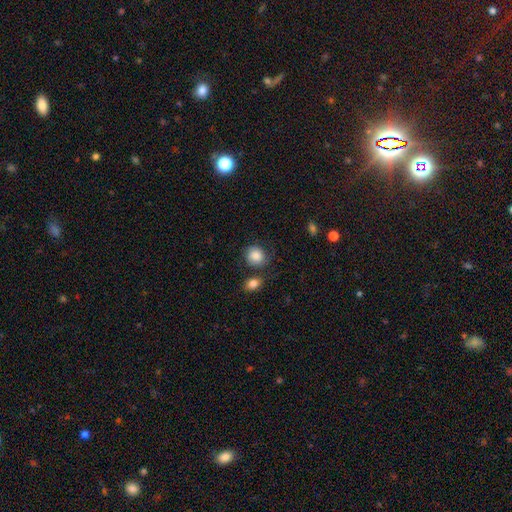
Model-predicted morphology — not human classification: A smooth galaxy with no disk features (84%) that is round (73%).

Vote fractions:
- Smooth or featured? smooth: 84% / featured or disk: 9% / star or artifact: 7%
- How rounded? round: 73% / in between: 26% / cigar-shaped: 1%
- Merging? none: 67% / minor disturbance: 19% / merger: 8% / major disturbance: 7%